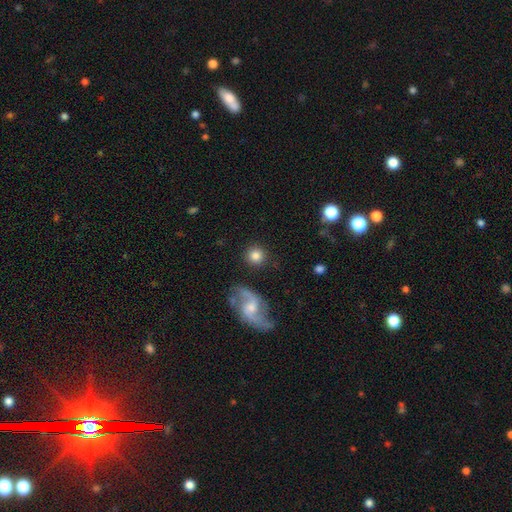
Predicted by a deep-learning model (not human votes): Overall: smooth (77%). How rounded: round (93%). Merging: none (85%).